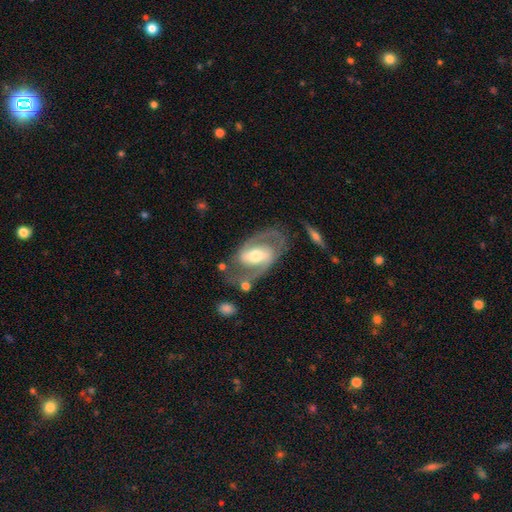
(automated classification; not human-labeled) This is clearly a featured or disk galaxy (84%). It is clearly not viewed edge-on (95%). Bar: possibly strong (50%). Spiral arm pattern: clearly yes (90%). Spiral arm count: clearly 2 (89%). Spiral winding: possibly medium (55%). Central bulge: likely moderate (64%). Merging: likely none (70%).